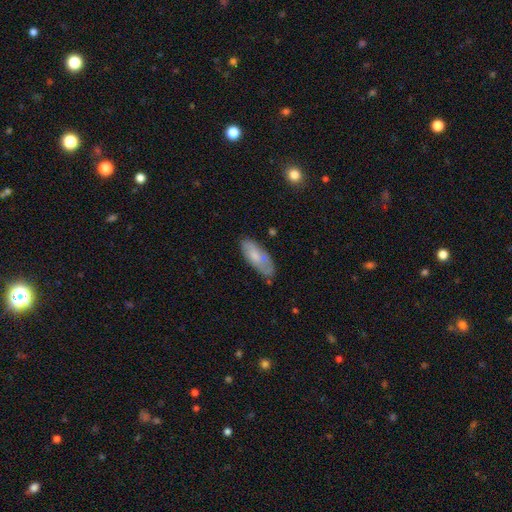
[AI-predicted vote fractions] Overall: smooth (65%; featured or disk 29%). How rounded: in between (80%). Merging: none (65%; minor disturbance 26%).